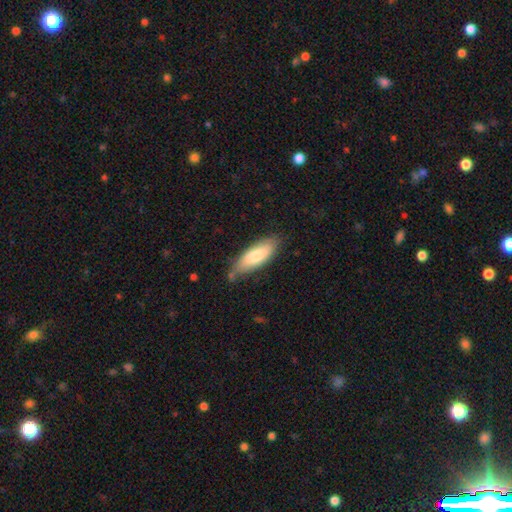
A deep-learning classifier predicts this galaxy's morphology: A smooth galaxy with no disk features (77%) that is in between round and cigar-shaped (65%).

Vote fractions:
- Smooth or featured? smooth: 77% / featured or disk: 17% / star or artifact: 6%
- How rounded? in between: 65% / cigar-shaped: 33% / round: 2%
- Merging? none: 68% / minor disturbance: 24% / major disturbance: 4% / merger: 4%